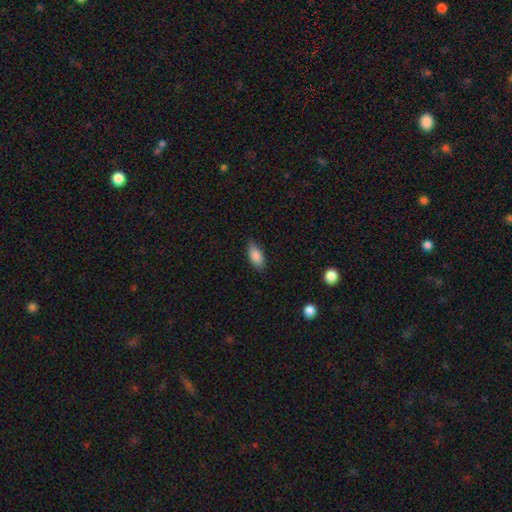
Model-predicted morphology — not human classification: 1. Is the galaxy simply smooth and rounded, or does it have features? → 86% smooth, 7% featured or disk, 7% star or artifact.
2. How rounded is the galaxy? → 88% in between, 9% cigar-shaped, 3% round.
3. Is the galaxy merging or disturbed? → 81% none, 16% minor disturbance, 3% major disturbance, 1% merger.